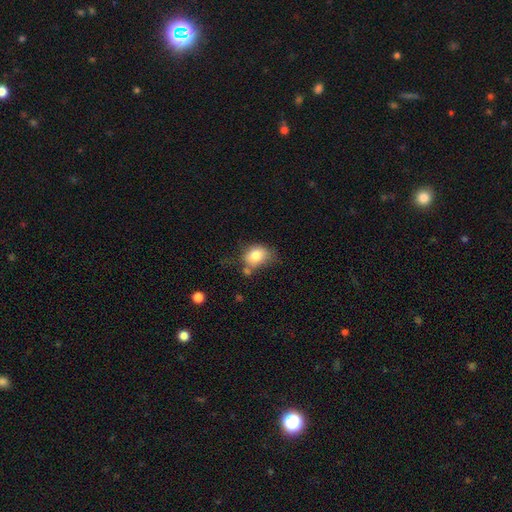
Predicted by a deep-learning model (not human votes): smooth 80%, featured or disk 11%, star or artifact 9%. Down the decision tree: how rounded — in between (58%); merging — none (46%).